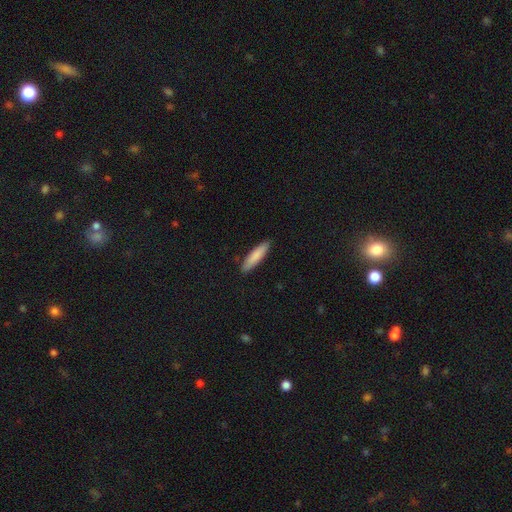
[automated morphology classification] Overall: smooth (83%). How rounded: cigar-shaped (79%). Merging: none (89%).